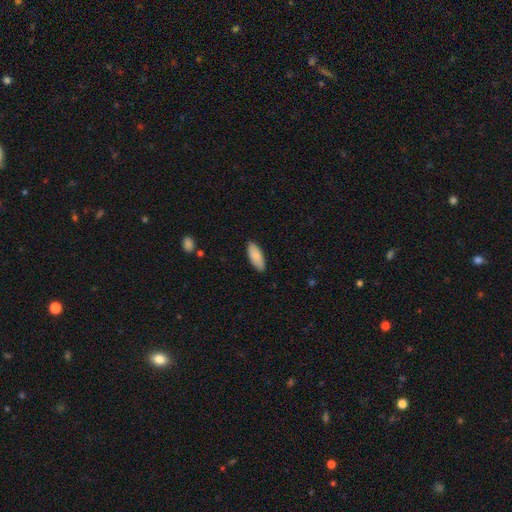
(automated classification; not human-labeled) Morphology: type=smooth (86%); roundness=in between (78%); merging=none (87%).